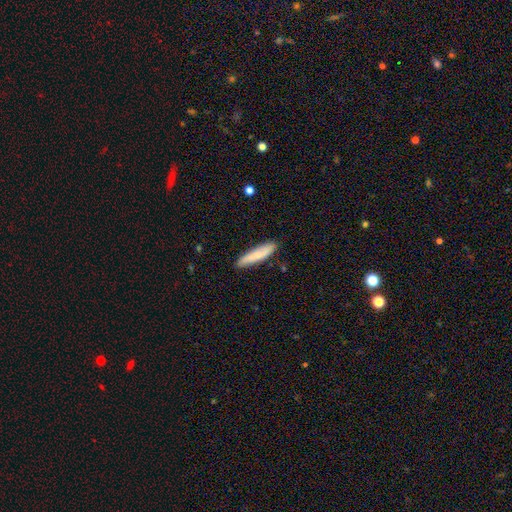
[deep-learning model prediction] Smooth or featured? smooth (68%)
How rounded? cigar-shaped (82%)
Merging? none (85%)